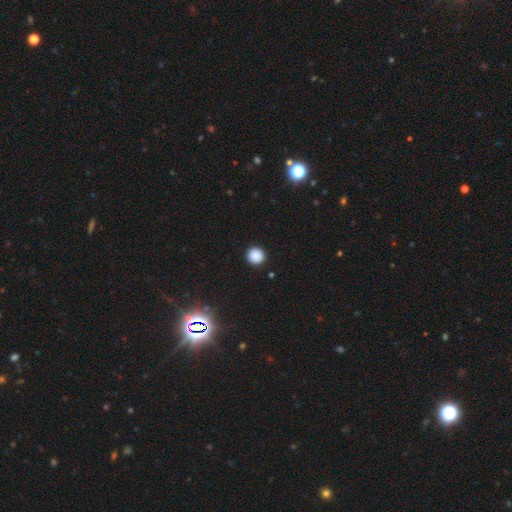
A smooth galaxy with no disk features (95%) that is round (94%). Merging: none (100%).